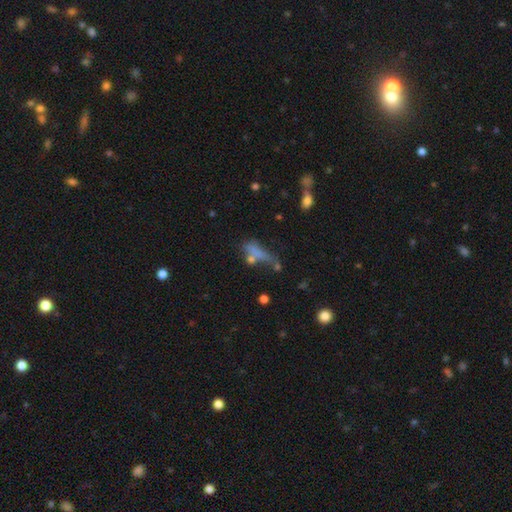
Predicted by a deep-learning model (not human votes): Q: Smooth or featured?
A: smooth (55%); runner-up: featured or disk (26%)
Q: How rounded?
A: cigar-shaped (51%); runner-up: in between (40%)
Q: Merging?
A: none (37%); runner-up: major disturbance (23%)